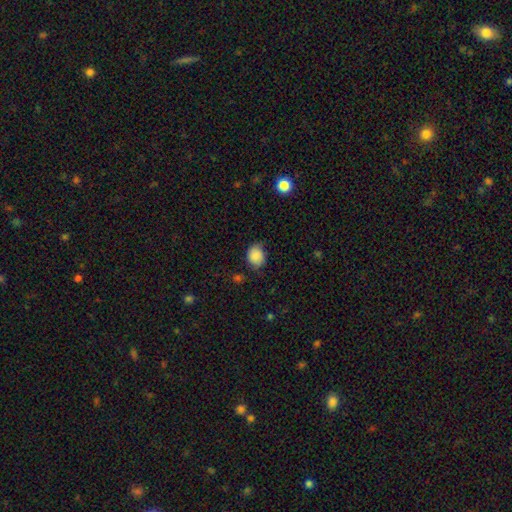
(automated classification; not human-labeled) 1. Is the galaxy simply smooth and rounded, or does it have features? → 85% smooth, 8% star or artifact, 6% featured or disk.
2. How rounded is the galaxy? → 53% round, 46% in between, 1% cigar-shaped.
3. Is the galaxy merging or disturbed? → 65% none, 28% minor disturbance, 6% major disturbance, 2% merger.